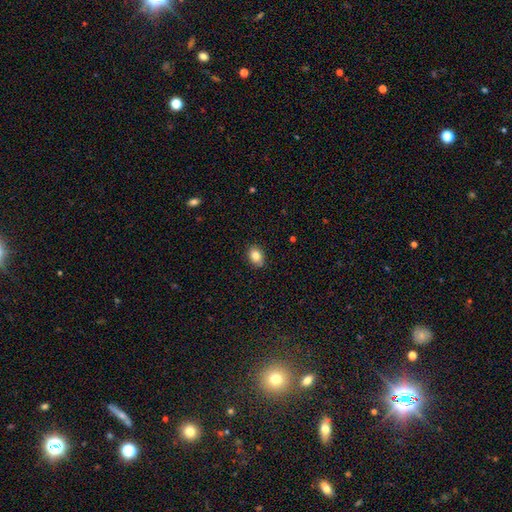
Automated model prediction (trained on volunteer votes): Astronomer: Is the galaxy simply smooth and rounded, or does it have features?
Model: smooth — 83%.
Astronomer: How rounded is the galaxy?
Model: in between — 66%.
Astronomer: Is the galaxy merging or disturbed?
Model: none — 84%.